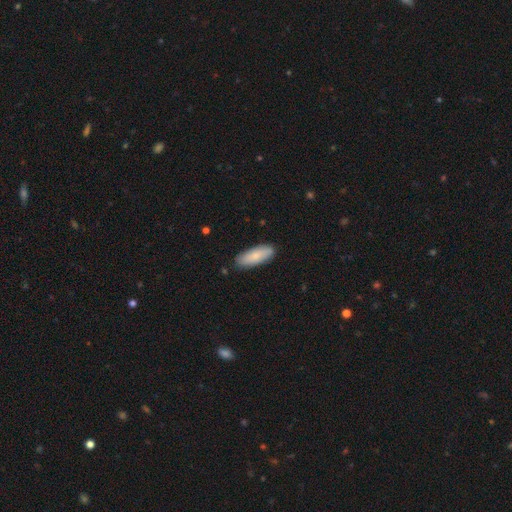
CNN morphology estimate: type=smooth (82%); roundness=in between (65%); merging=none (86%).